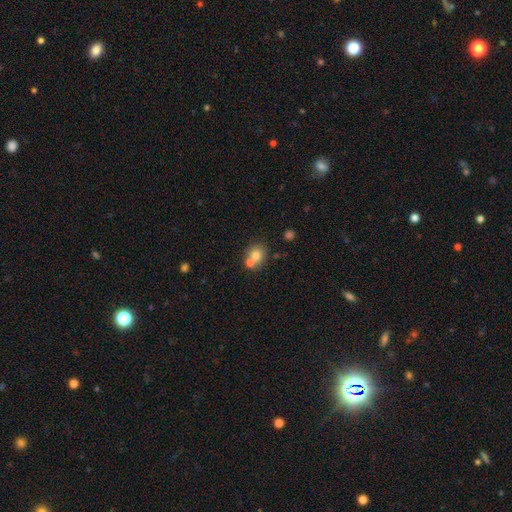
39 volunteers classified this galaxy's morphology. A smooth galaxy with no disk features (77%) that is round (87%).

Vote fractions:
- Smooth or featured? smooth: 77% / star or artifact: 13% / featured or disk: 10%
- How rounded? round: 87% / in between: 13% / cigar-shaped: 0%
- Merging? merger: 47% / none: 44% / minor disturbance: 9% / major disturbance: 0%